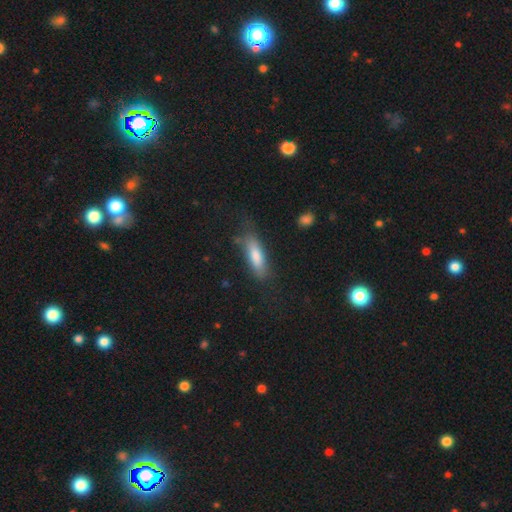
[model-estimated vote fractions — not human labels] A smooth galaxy with no disk features (71%) that is cigar-shaped (54%).

Vote fractions:
- Smooth or featured? smooth: 71% / featured or disk: 21% / star or artifact: 8%
- How rounded? cigar-shaped: 54% / in between: 44% / round: 2%
- Merging? none: 67% / minor disturbance: 22% / major disturbance: 9% / merger: 2%